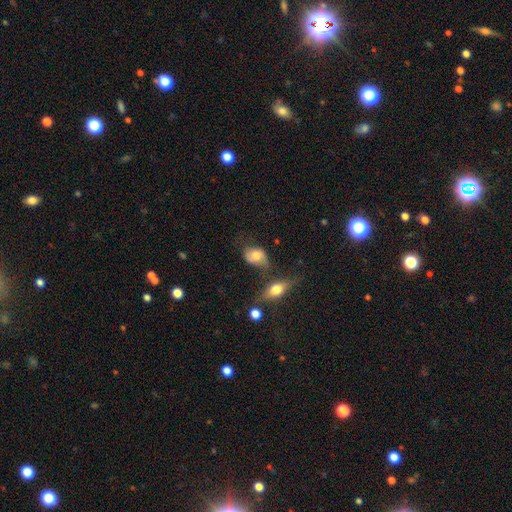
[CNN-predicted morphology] Smooth or featured: smooth — 65% (featured or disk — 27%)
How rounded: in between — 75% (round — 23%)
Merging: none — 45% (minor disturbance — 27%)